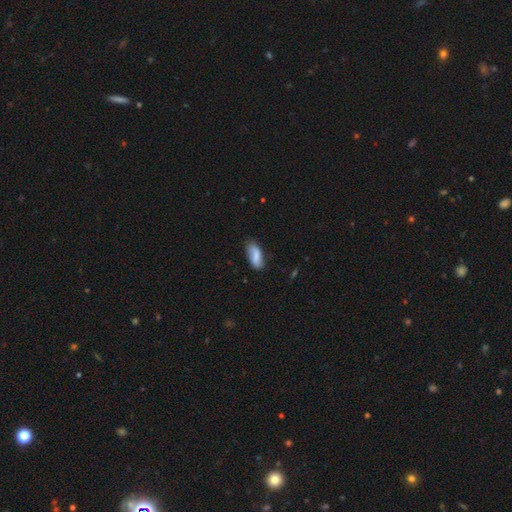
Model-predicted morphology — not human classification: Smooth or featured? Predicted: smooth (p=0.75). How rounded? Predicted: in between (p=0.84). Merging? Predicted: none (p=0.73).